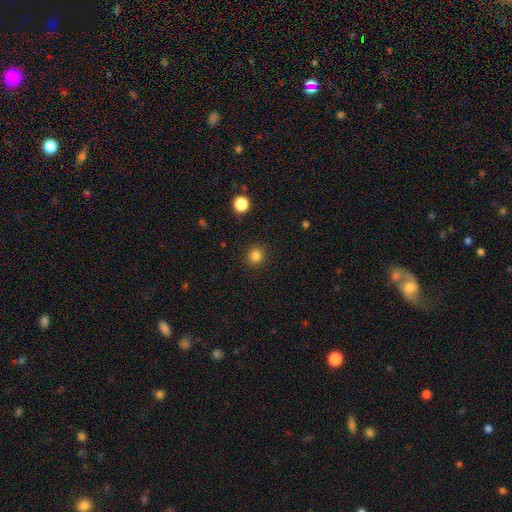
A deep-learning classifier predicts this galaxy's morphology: The model was most divided on "smooth or featured": smooth: 83%, star or artifact: 13%, featured or disk: 4%. More confident: how rounded — round (92%); merging — none (91%).